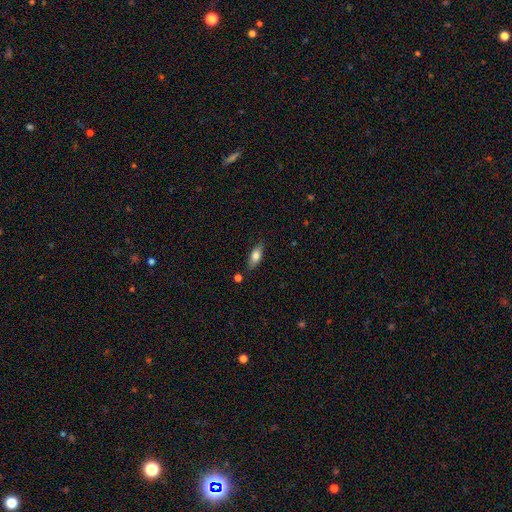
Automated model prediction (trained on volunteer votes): This appears to be a smooth galaxy with no disk features (74%) that is in between round and cigar-shaped (77%). Merging: none (78%).